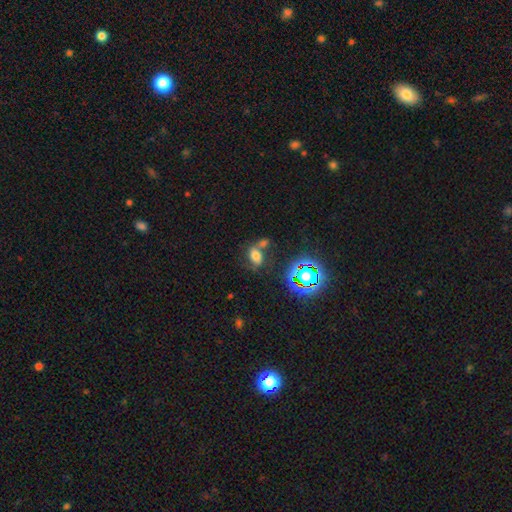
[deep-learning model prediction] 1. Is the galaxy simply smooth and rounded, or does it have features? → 60% smooth, 24% star or artifact, 15% featured or disk.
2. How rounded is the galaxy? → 79% in between, 19% round, 3% cigar-shaped.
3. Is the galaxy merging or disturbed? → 44% none, 33% merger, 15% minor disturbance, 8% major disturbance.